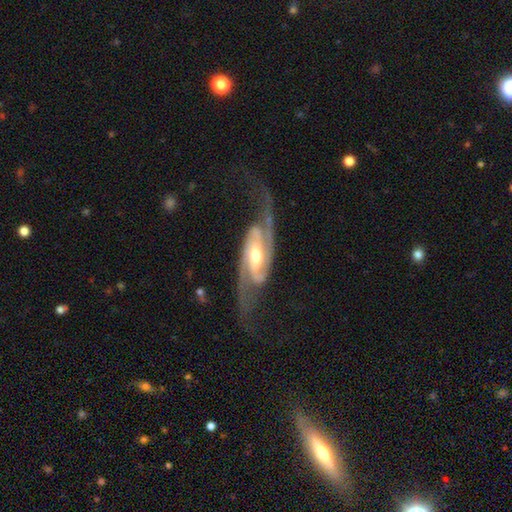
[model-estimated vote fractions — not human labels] Smooth or featured? Predicted: featured or disk (p=0.92). Edge-on disk? Predicted: no (p=0.94). Bar? Predicted: weak (p=0.39). Spiral arms? Predicted: yes (p=0.98). Spiral winding? Predicted: medium (p=0.47). Spiral arm count? Predicted: 2 (p=0.93). Bulge size? Predicted: moderate (p=0.66). Merging? Predicted: none (p=0.70).